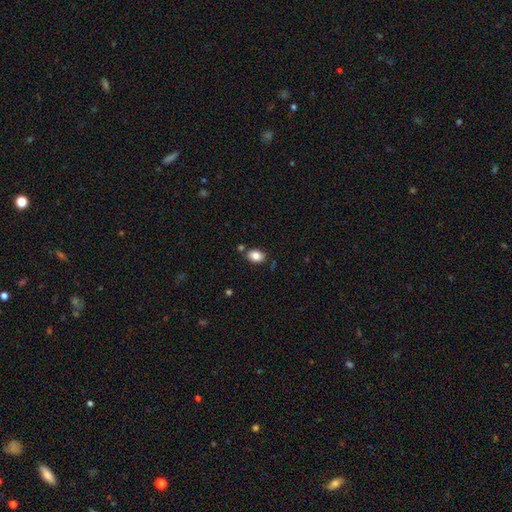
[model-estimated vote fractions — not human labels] Smooth or featured: smooth — 84% (star or artifact — 9%)
How rounded: in between — 79% (round — 20%)
Merging: none — 79% (minor disturbance — 12%)